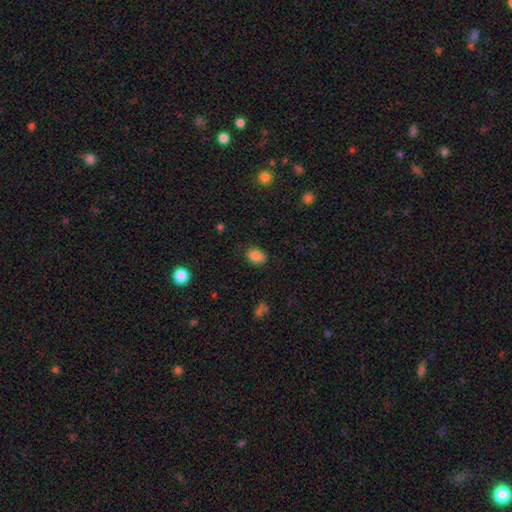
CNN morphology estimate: A smooth galaxy with no disk features (85%) that is in between round and cigar-shaped (81%). Merging: none (82%).